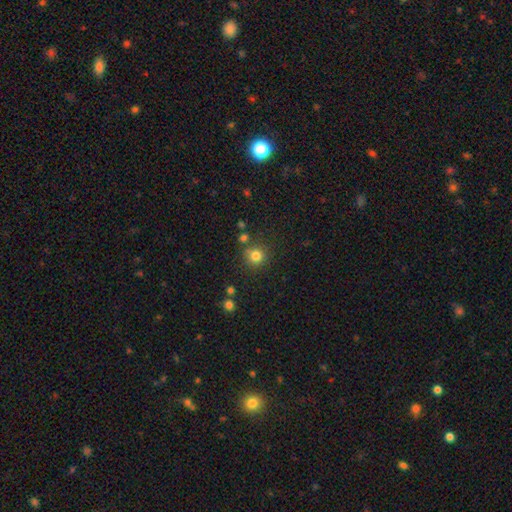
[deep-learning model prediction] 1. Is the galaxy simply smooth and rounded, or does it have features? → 80% smooth, 14% star or artifact, 6% featured or disk.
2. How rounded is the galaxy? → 93% round, 6% in between, 1% cigar-shaped.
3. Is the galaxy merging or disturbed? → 80% none, 9% minor disturbance, 8% merger, 3% major disturbance.